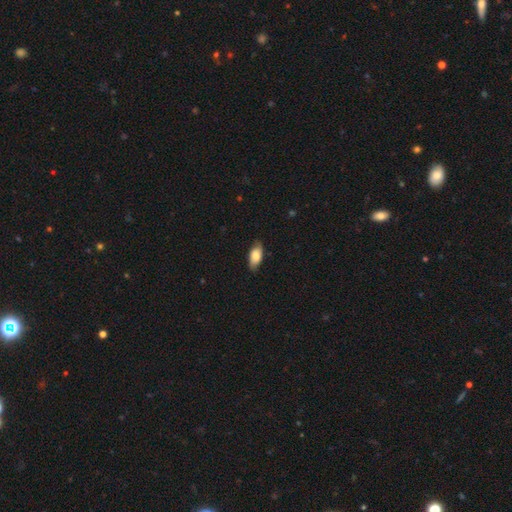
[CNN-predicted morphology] A smooth galaxy with no disk features (83%) that is in between round and cigar-shaped (88%).

Vote fractions:
- Smooth or featured? smooth: 83% / featured or disk: 11% / star or artifact: 6%
- How rounded? in between: 88% / cigar-shaped: 9% / round: 3%
- Merging? none: 82% / minor disturbance: 15% / major disturbance: 2% / merger: 1%